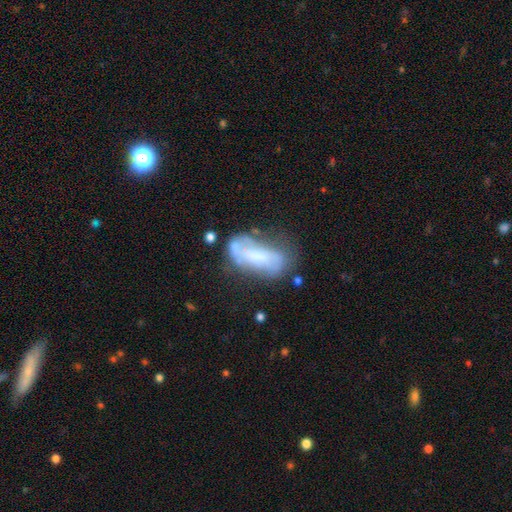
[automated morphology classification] smooth_or_featured: featured or disk (p=0.54) [alt: smooth p=0.36]
disk_edge_on: no (p=0.91) [alt: yes p=0.09]
merging: none (p=0.43) [alt: minor disturbance p=0.26]